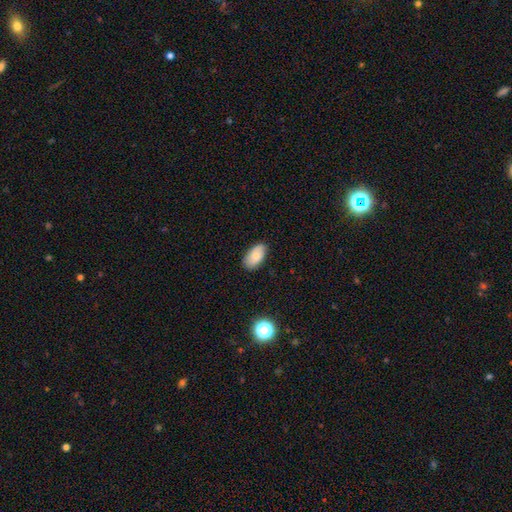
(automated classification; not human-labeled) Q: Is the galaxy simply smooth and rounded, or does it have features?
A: smooth — 80%.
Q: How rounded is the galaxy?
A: in between — 94%.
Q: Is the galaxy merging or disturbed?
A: none — 82%.